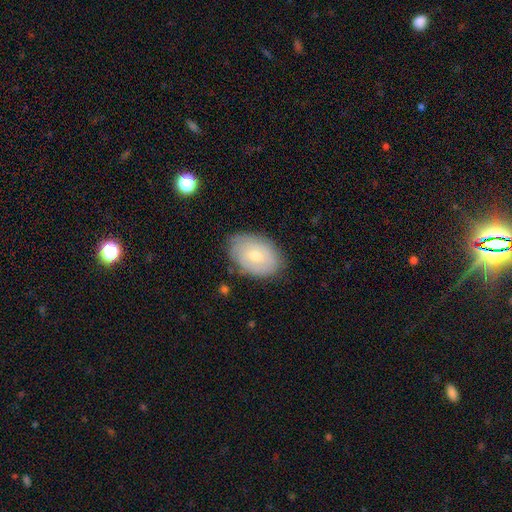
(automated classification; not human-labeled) smooth 56%, featured or disk 37%, star or artifact 7%. Down the decision tree: how rounded — in between (84%); merging — none (76%).